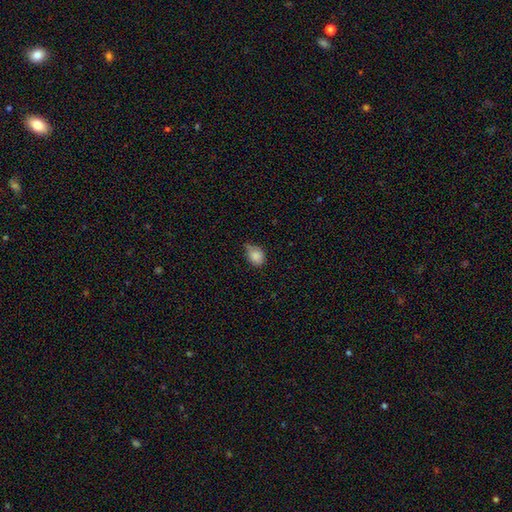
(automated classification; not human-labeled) Q: Smooth or featured?
A: smooth (85%); runner-up: star or artifact (9%)
Q: How rounded?
A: in between (50%); runner-up: round (49%)
Q: Merging?
A: none (49%); runner-up: minor disturbance (41%)